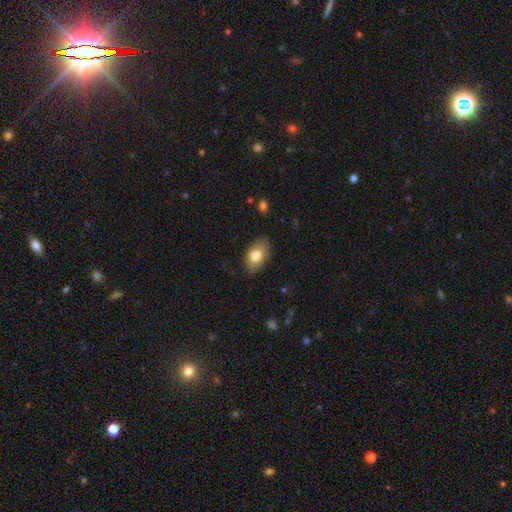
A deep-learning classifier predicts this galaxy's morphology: Q: Smooth or featured?
A: smooth (79%); runner-up: featured or disk (14%)
Q: How rounded?
A: in between (91%); runner-up: round (8%)
Q: Merging?
A: none (80%); runner-up: minor disturbance (16%)